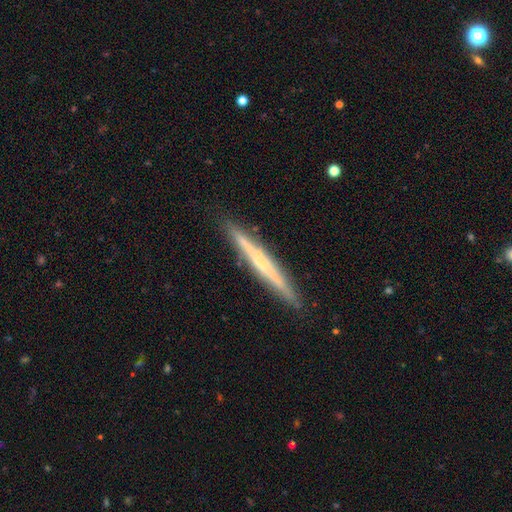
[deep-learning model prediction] The model was most divided on "smooth or featured": featured or disk: 61%, smooth: 33%, star or artifact: 6%. More confident: edge-on disk — yes (97%); merging — none (90%); edge-on bulge — none (61%).